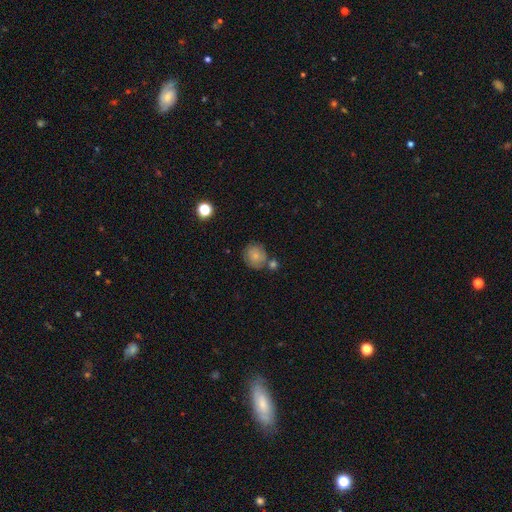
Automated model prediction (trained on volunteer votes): Morphology: type=smooth (74%); roundness=round (84%); merging=none (62%).